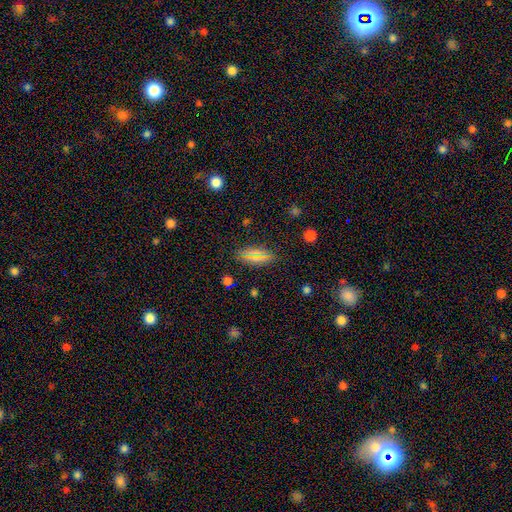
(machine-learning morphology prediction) smooth 72%, featured or disk 15%, star or artifact 13%. Down the decision tree: how rounded — in between (81%); merging — none (86%).